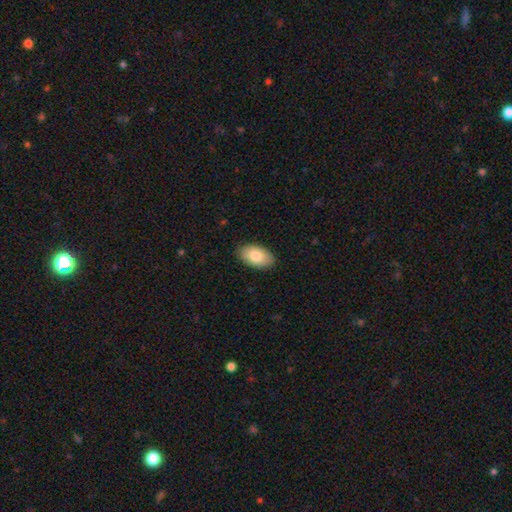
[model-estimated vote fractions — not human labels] A smooth galaxy with no disk features (83%) that is in between round and cigar-shaped (95%).

Vote fractions:
- Smooth or featured? smooth: 83% / featured or disk: 11% / star or artifact: 6%
- How rounded? in between: 95% / round: 4% / cigar-shaped: 1%
- Merging? none: 88% / minor disturbance: 9% / major disturbance: 2% / merger: 1%